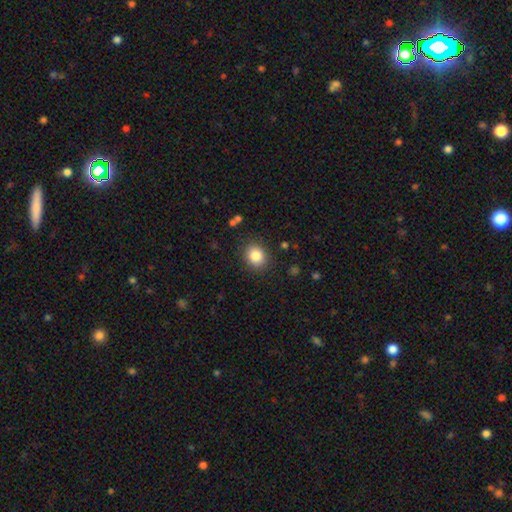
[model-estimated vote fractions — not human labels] A smooth galaxy with no disk features (85%) that is round (66%).

Vote fractions:
- Smooth or featured? smooth: 85% / star or artifact: 10% / featured or disk: 6%
- How rounded? round: 66% / in between: 33% / cigar-shaped: 1%
- Merging? none: 87% / minor disturbance: 8% / major disturbance: 3% / merger: 1%